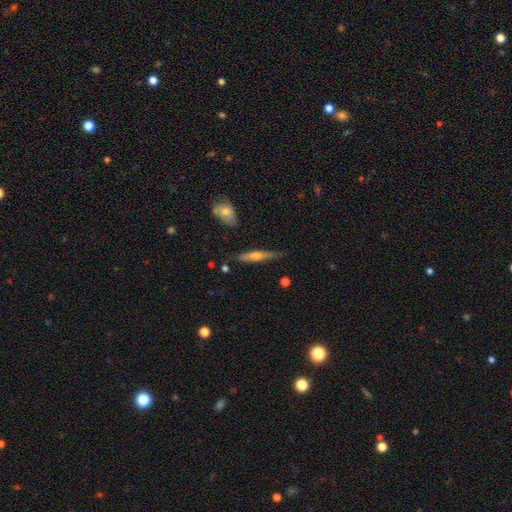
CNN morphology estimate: smooth_or_featured: featured or disk (p=0.54) [alt: smooth p=0.39]
disk_edge_on: yes (p=0.94) [alt: no p=0.06]
edge_on_bulge: rounded (p=0.80) [alt: none p=0.14]
merging: none (p=0.79) [alt: minor disturbance p=0.15]